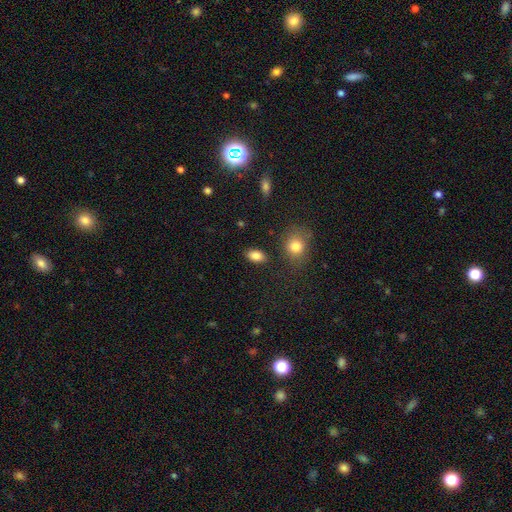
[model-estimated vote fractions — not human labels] smooth-or-featured: smooth: 86% | star or artifact: 9% | featured or disk: 5%
  how-rounded: in between: 90% | round: 8% | cigar-shaped: 2%
  merging: none: 86% | minor disturbance: 9% | merger: 3% | major disturbance: 3%